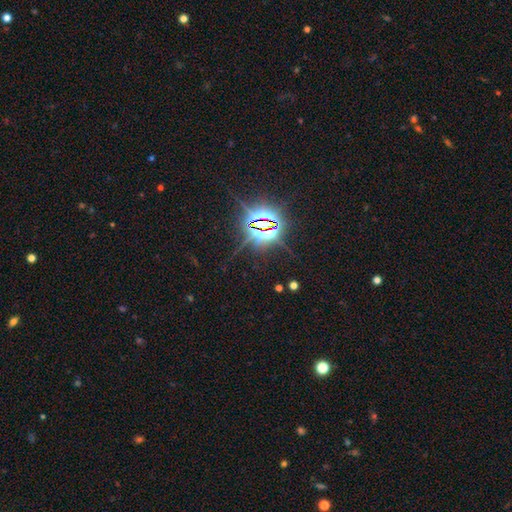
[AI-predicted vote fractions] star or artifact 87%, smooth 8%, featured or disk 6%.